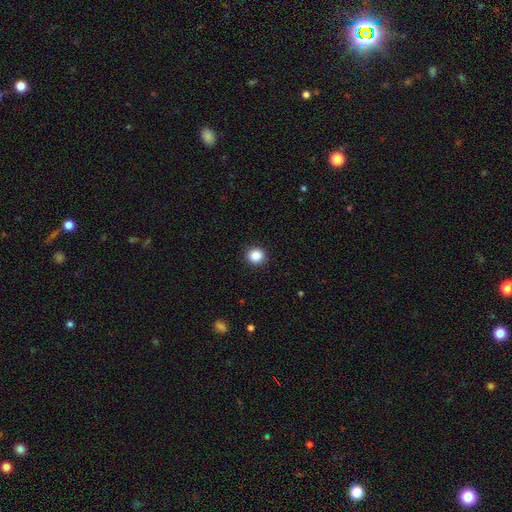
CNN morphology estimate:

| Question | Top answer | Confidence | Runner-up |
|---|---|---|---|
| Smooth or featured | smooth | 87% | star or artifact (10%) |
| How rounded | round | 89% | in between (10%) |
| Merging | none | 92% | minor disturbance (6%) |